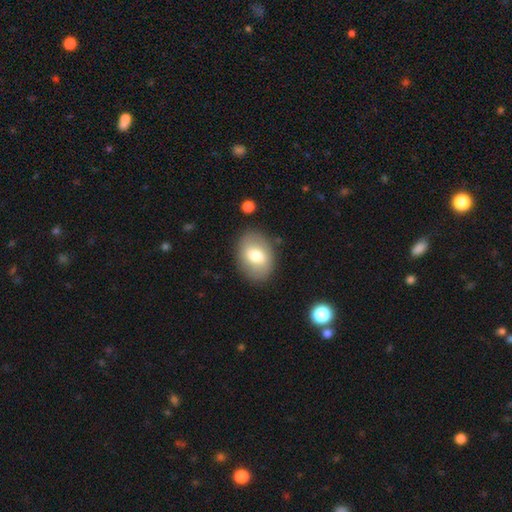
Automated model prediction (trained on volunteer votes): This is likely a smooth galaxy (71%). How rounded: likely in between (72%). Merging: clearly none (83%).